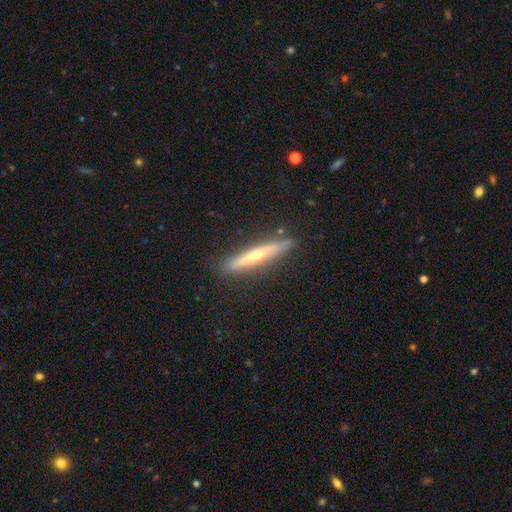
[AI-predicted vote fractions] smooth_or_featured: featured or disk (p=0.70) [alt: smooth p=0.24]
disk_edge_on: yes (p=0.96) [alt: no p=0.04]
edge_on_bulge: rounded (p=0.81) [alt: none p=0.16]
merging: none (p=0.88) [alt: minor disturbance p=0.09]